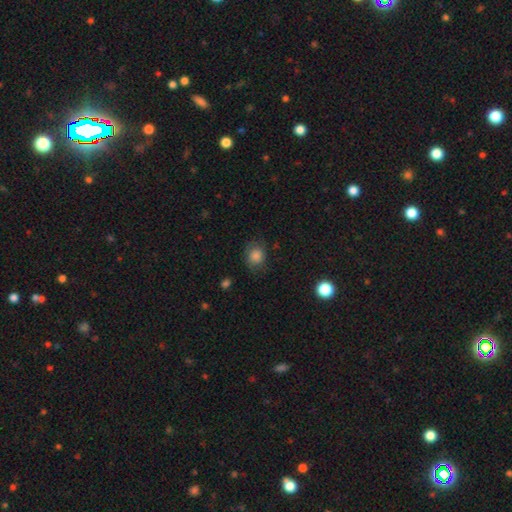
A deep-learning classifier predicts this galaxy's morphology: A smooth galaxy with no disk features (81%) that is round (67%).

Vote fractions:
- Smooth or featured? smooth: 81% / star or artifact: 10% / featured or disk: 8%
- How rounded? round: 67% / in between: 32% / cigar-shaped: 1%
- Merging? none: 70% / minor disturbance: 21% / major disturbance: 8% / merger: 1%